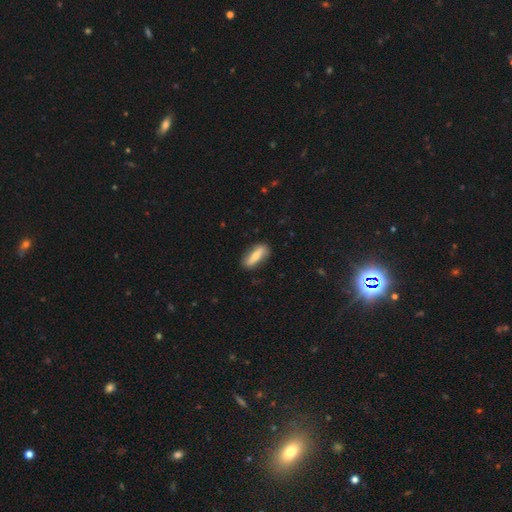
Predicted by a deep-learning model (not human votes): Smooth or featured? Predicted: smooth (p=0.62). How rounded? Predicted: in between (p=0.52). Merging? Predicted: none (p=0.84).